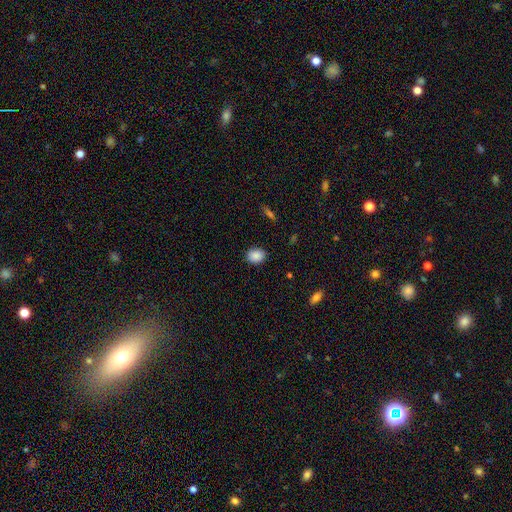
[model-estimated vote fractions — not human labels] Smooth or featured? Predicted: smooth (p=0.88). How rounded? Predicted: round (p=0.57). Merging? Predicted: none (p=0.88).